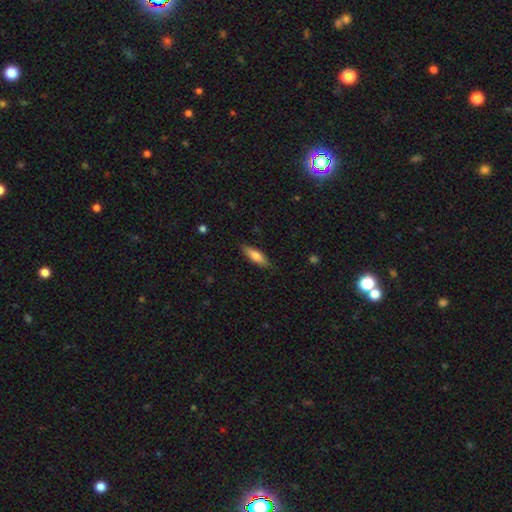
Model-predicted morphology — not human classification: This is likely a smooth galaxy (73%). How rounded: possibly cigar-shaped (51%). Merging: clearly none (84%).